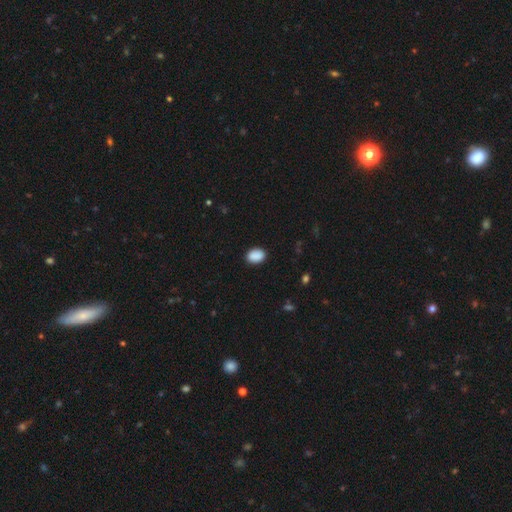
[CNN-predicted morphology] Smooth or featured?
  - smooth: 90% *
  - star or artifact: 7%
  - featured or disk: 2%
How rounded?
  - in between: 77% *
  - round: 22%
  - cigar-shaped: 1%
Merging?
  - none: 89% *
  - minor disturbance: 8%
  - major disturbance: 2%
  - merger: 1%